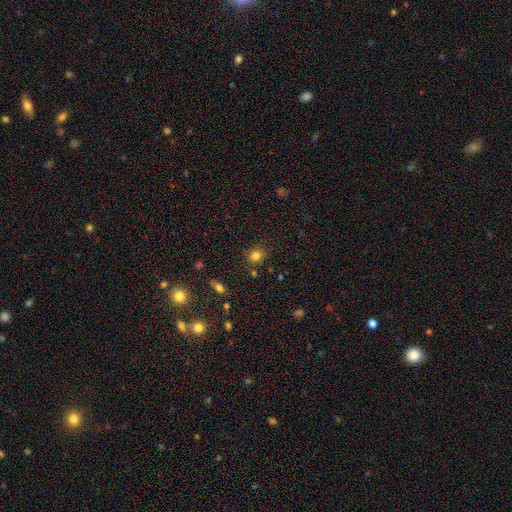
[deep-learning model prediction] smooth_or_featured: smooth (p=0.80) [alt: star or artifact p=0.14]
how_rounded: round (p=0.84) [alt: in between p=0.15]
merging: none (p=0.82) [alt: minor disturbance p=0.11]